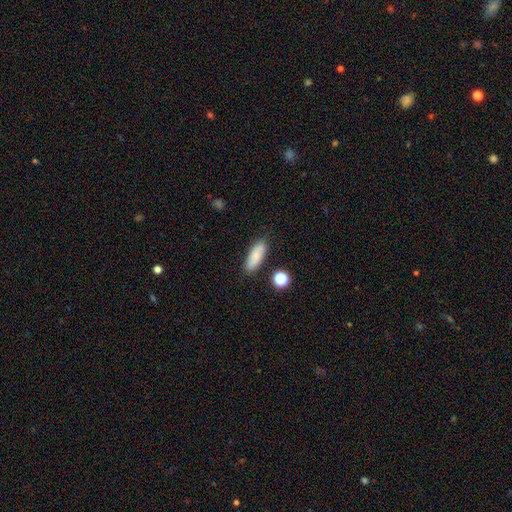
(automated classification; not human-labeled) Smooth or featured?
  - smooth: 81% *
  - featured or disk: 11%
  - star or artifact: 8%
How rounded?
  - in between: 69% *
  - cigar-shaped: 29%
  - round: 3%
Merging?
  - none: 83% *
  - minor disturbance: 12%
  - merger: 3%
  - major disturbance: 3%